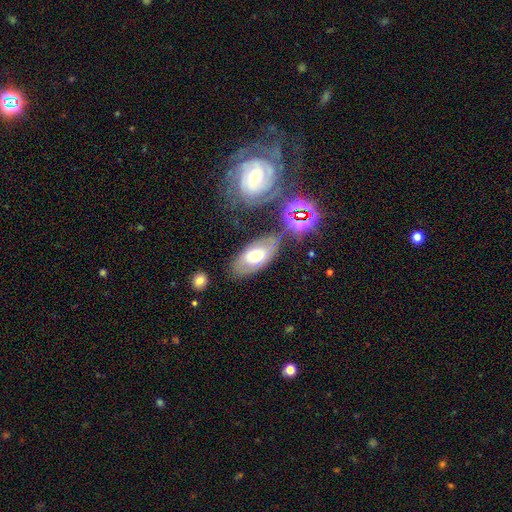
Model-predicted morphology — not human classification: A smooth galaxy with no disk features (48%).

Vote fractions:
- Smooth or featured? smooth: 48% / featured or disk: 41% / star or artifact: 11%
- Merging? none: 67% / minor disturbance: 19% / major disturbance: 8% / merger: 6%